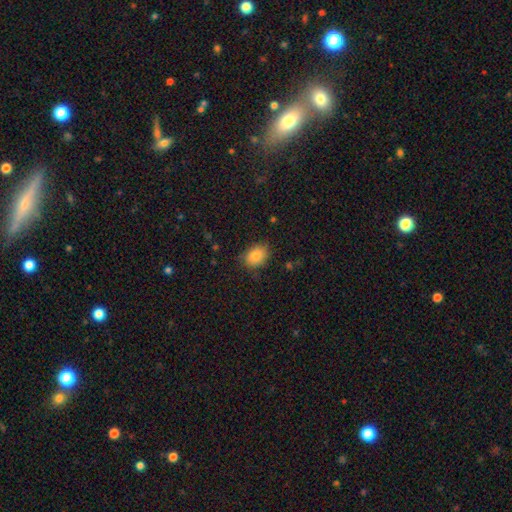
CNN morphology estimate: Smooth or featured?
  - smooth: 84% *
  - star or artifact: 9%
  - featured or disk: 8%
How rounded?
  - in between: 71% *
  - round: 28%
  - cigar-shaped: 1%
Merging?
  - none: 82% *
  - minor disturbance: 13%
  - major disturbance: 3%
  - merger: 1%